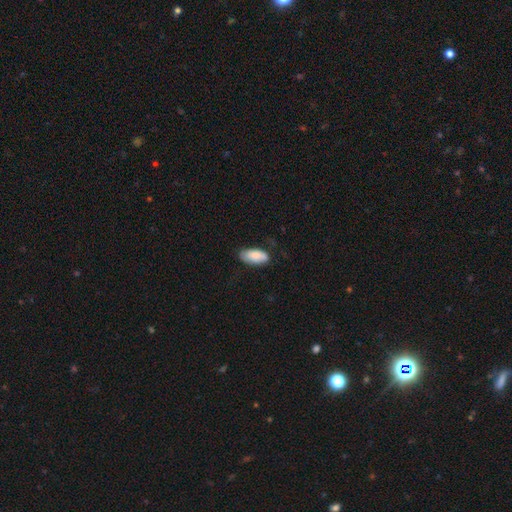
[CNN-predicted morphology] Q: Smooth or featured?
A: smooth (83%); runner-up: featured or disk (11%)
Q: How rounded?
A: in between (90%); runner-up: cigar-shaped (8%)
Q: Merging?
A: none (70%); runner-up: minor disturbance (24%)